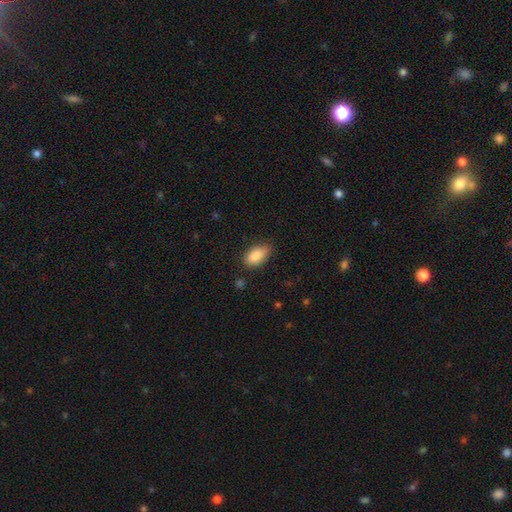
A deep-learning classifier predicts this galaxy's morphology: A smooth galaxy with no disk features (88%) that is in between round and cigar-shaped (93%).

Vote fractions:
- Smooth or featured? smooth: 88% / star or artifact: 7% / featured or disk: 5%
- How rounded? in between: 93% / round: 4% / cigar-shaped: 4%
- Merging? none: 78% / minor disturbance: 18% / major disturbance: 3% / merger: 1%